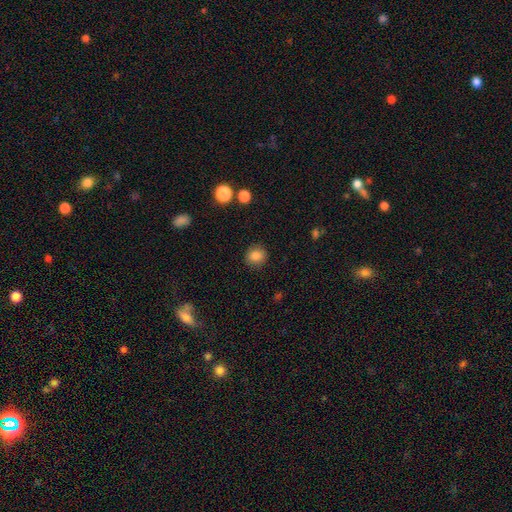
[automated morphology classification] smooth-or-featured: smooth: 85% | star or artifact: 10% | featured or disk: 5%
  how-rounded: round: 83% | in between: 16% | cigar-shaped: 1%
  merging: none: 89% | minor disturbance: 8% | major disturbance: 3% | merger: 1%